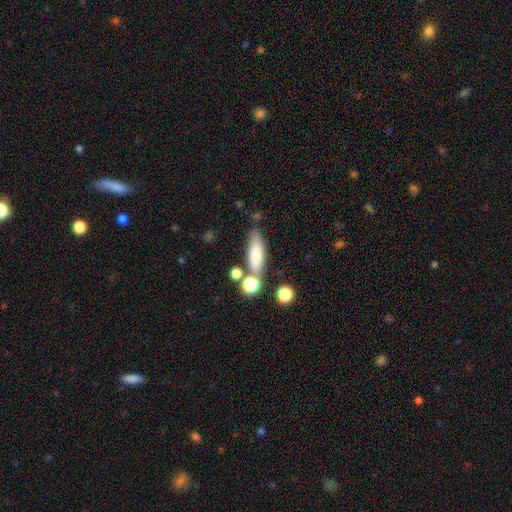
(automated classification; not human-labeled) This is likely a smooth galaxy (74%). How rounded: possibly cigar-shaped (56%). Merging: likely none (62%).